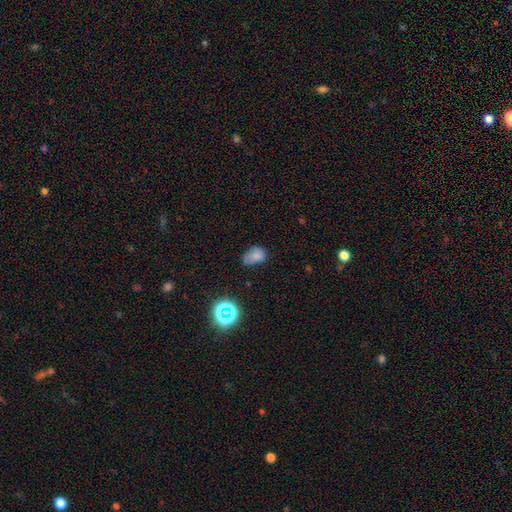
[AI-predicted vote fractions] Q: Smooth or featured?
A: smooth (74%); runner-up: star or artifact (16%)
Q: How rounded?
A: in between (77%); runner-up: round (22%)
Q: Merging?
A: none (41%); runner-up: minor disturbance (38%)